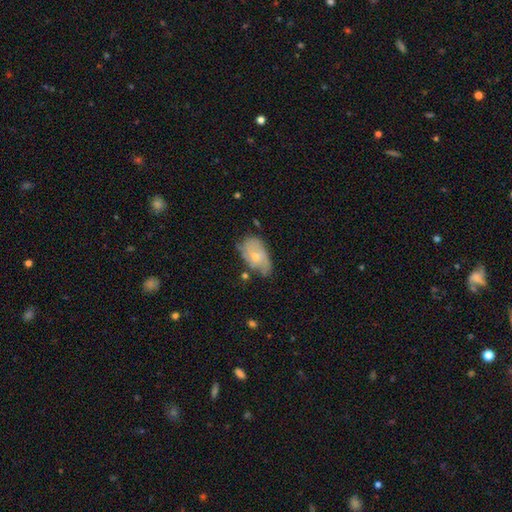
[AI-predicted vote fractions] Overall: featured or disk (50%; smooth 43%). Merging: none (49%; minor disturbance 35%).